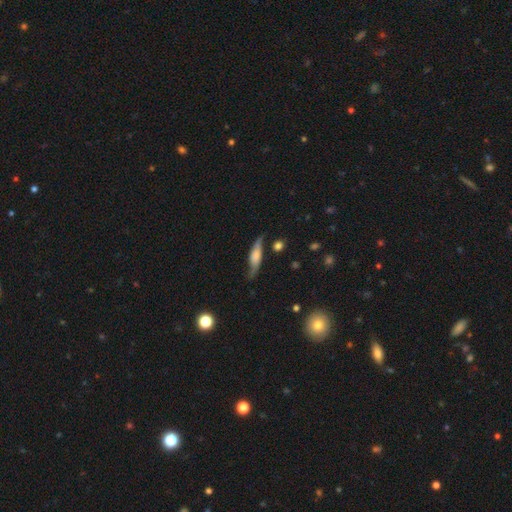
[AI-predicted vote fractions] smooth_or_featured: featured or disk (p=0.57) [alt: smooth p=0.36]
disk_edge_on: yes (p=0.61) [alt: no p=0.39]
merging: none (p=0.68) [alt: minor disturbance p=0.22]